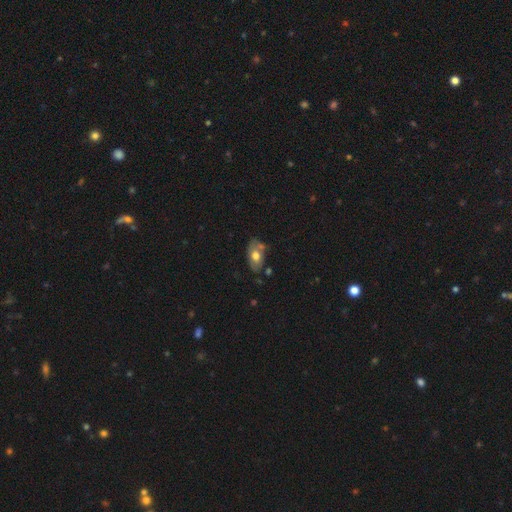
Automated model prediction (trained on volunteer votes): Q: Smooth or featured?
A: smooth (58%); runner-up: featured or disk (35%)
Q: How rounded?
A: in between (89%); runner-up: round (9%)
Q: Merging?
A: none (61%); runner-up: minor disturbance (23%)